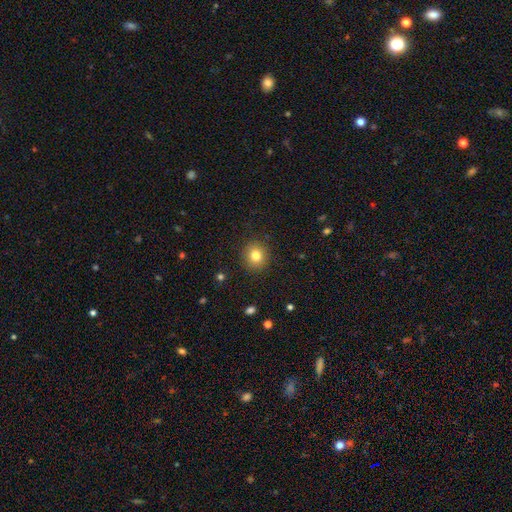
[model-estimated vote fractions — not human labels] Q: Smooth or featured?
A: smooth (80%); runner-up: star or artifact (12%)
Q: How rounded?
A: round (88%); runner-up: in between (12%)
Q: Merging?
A: none (90%); runner-up: minor disturbance (7%)